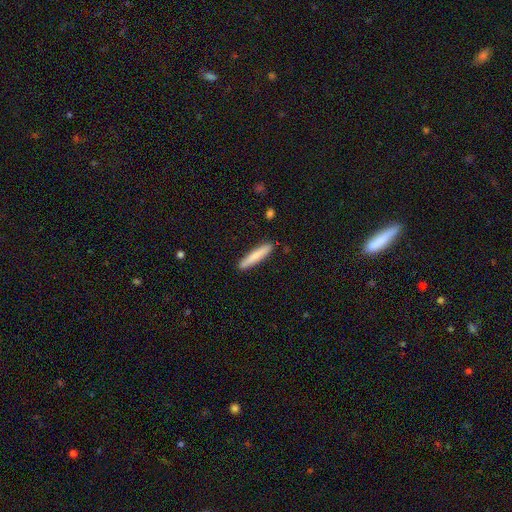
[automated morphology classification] This is clearly a smooth galaxy (81%). How rounded: clearly cigar-shaped (91%). Merging: clearly none (89%).